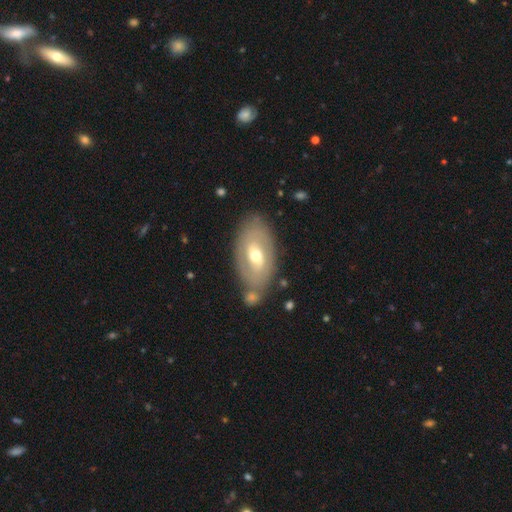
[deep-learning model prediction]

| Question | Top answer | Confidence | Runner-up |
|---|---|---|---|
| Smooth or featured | featured or disk | 58% | smooth (36%) |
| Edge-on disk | no | 90% | yes (10%) |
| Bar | no | 48% | weak (37%) |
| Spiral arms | no | 55% | yes (45%) |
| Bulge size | moderate | 64% | small (30%) |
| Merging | none | 66% | minor disturbance (16%) |